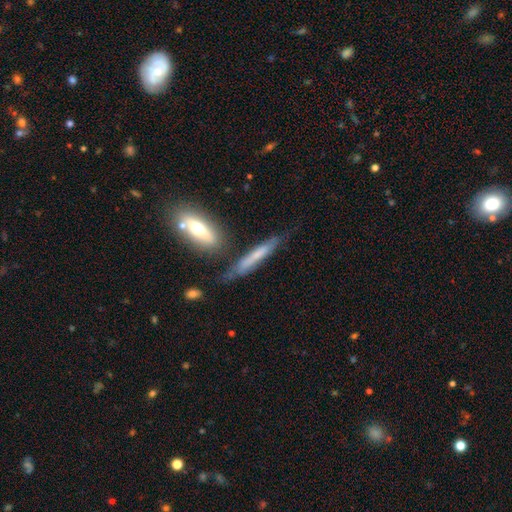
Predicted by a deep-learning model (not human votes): smooth_or_featured: smooth (p=0.48) [alt: featured or disk p=0.43]
merging: none (p=0.64) [alt: minor disturbance p=0.21]